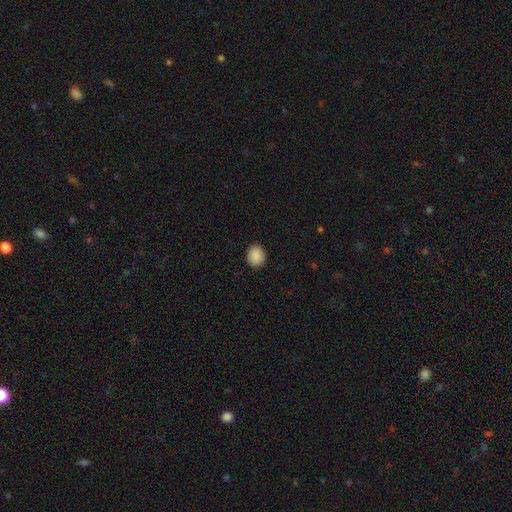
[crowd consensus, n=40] This appears to be a smooth galaxy with no disk features (92%) that is round (65%). Merging: none (84%).